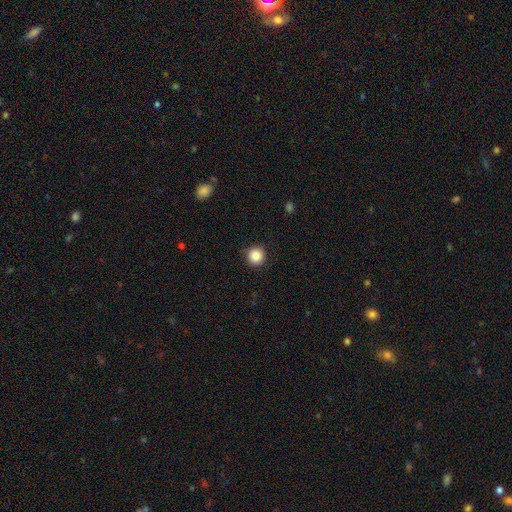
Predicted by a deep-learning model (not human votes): Overall: smooth (87%). How rounded: round (95%). Merging: none (90%).